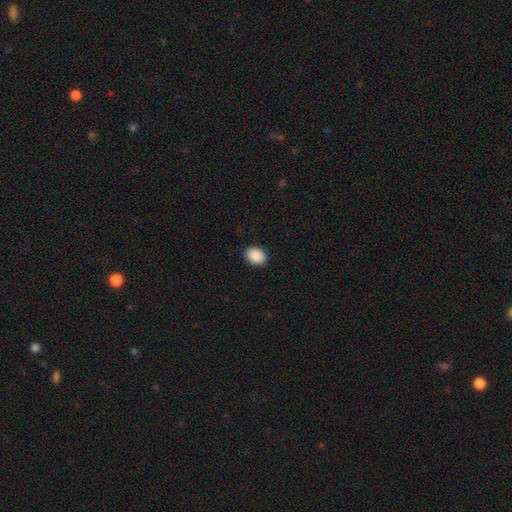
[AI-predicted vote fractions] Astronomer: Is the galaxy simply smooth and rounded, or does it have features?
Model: smooth — 91%.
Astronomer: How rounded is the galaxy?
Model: in between — 69%.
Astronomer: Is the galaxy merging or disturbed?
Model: none — 90%.